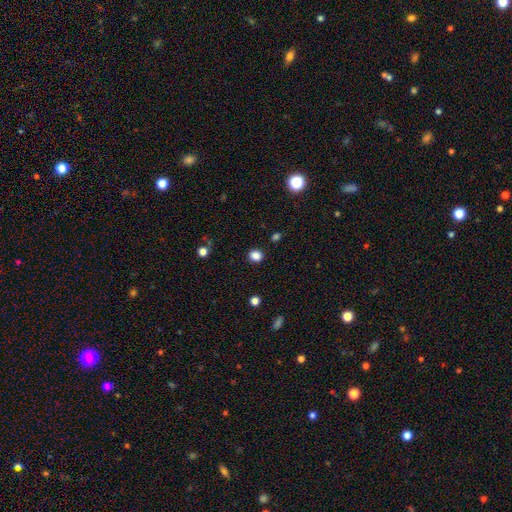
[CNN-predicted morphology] A smooth galaxy with no disk features (84%) that is round (72%). Merging: none (89%).